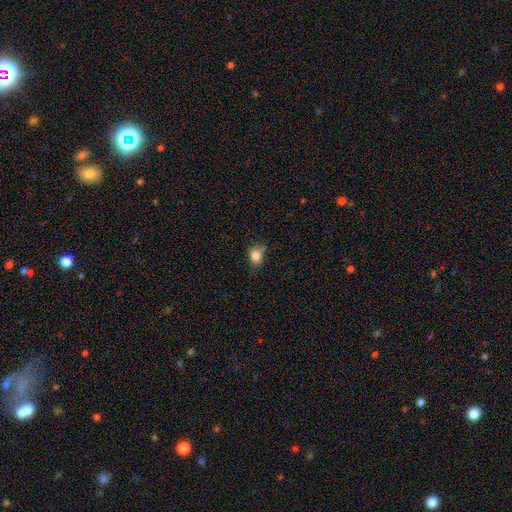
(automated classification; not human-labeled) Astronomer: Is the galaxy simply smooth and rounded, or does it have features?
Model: smooth — 82%.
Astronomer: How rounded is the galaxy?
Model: round — 55% (runner-up: in between, 43%).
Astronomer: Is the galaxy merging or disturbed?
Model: none — 60%.